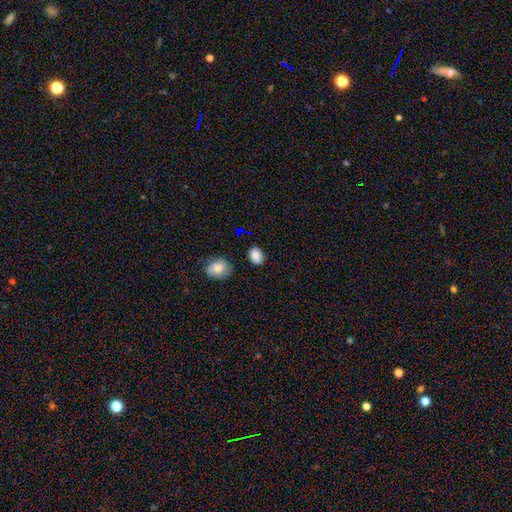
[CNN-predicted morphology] type=smooth (86%); roundness=in between (66%); merging=none (82%).